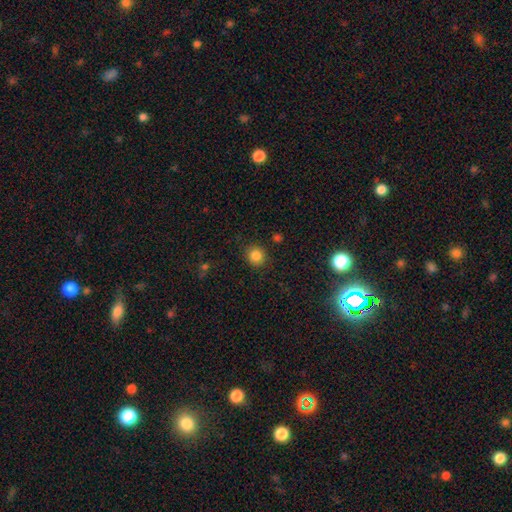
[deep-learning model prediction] A smooth galaxy with no disk features (84%) that is round (89%).

Vote fractions:
- Smooth or featured? smooth: 84% / star or artifact: 12% / featured or disk: 5%
- How rounded? round: 89% / in between: 10% / cigar-shaped: 1%
- Merging? none: 88% / minor disturbance: 8% / major disturbance: 3% / merger: 2%